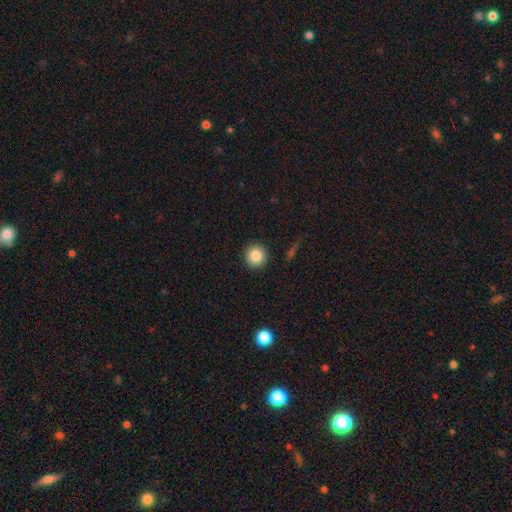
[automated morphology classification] smooth-or-featured: smooth: 85% | star or artifact: 9% | featured or disk: 6%
  how-rounded: round: 94% | in between: 5% | cigar-shaped: 1%
  merging: none: 92% | minor disturbance: 5% | major disturbance: 2% | merger: 1%